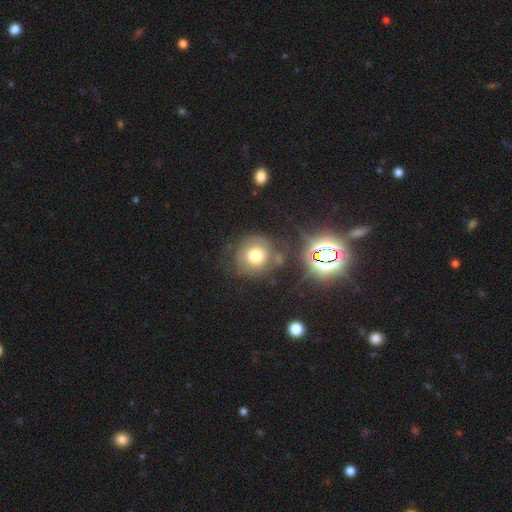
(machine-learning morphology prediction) smooth 66%, star or artifact 18%, featured or disk 16%. Down the decision tree: how rounded — round (91%); merging — none (70%).